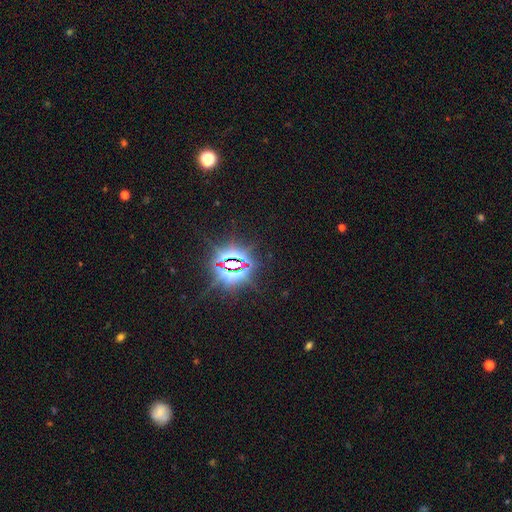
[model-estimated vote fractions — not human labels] A star or artifact, not a galaxy (83%).